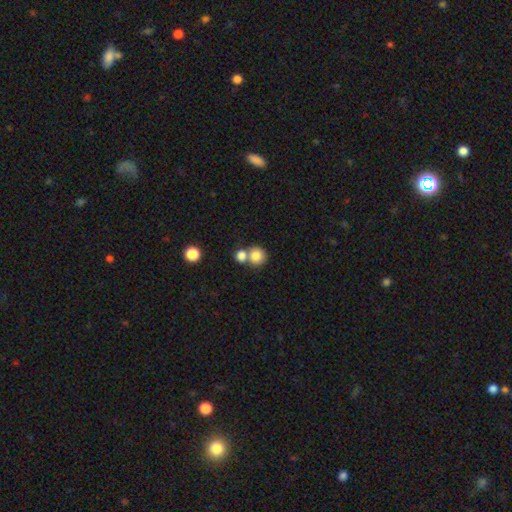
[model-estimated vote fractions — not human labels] Smooth or featured: smooth — 82% (star or artifact — 9%)
How rounded: round — 87% (in between — 12%)
Merging: none — 47% (merger — 44%)